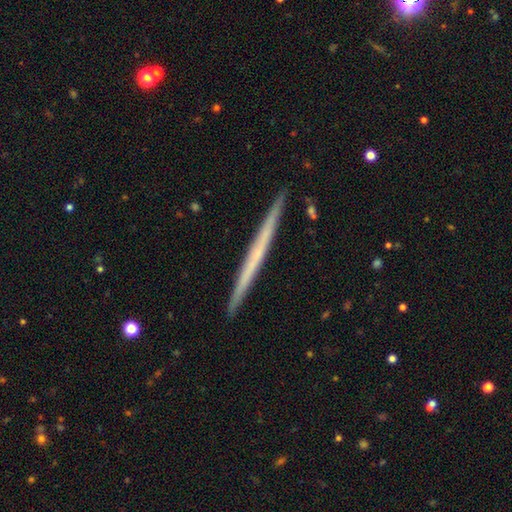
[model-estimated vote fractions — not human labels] Overall: featured or disk (57%; smooth 38%). Edge-on disk: yes (98%). Edge-on bulge: none (92%). Merging: none (92%).